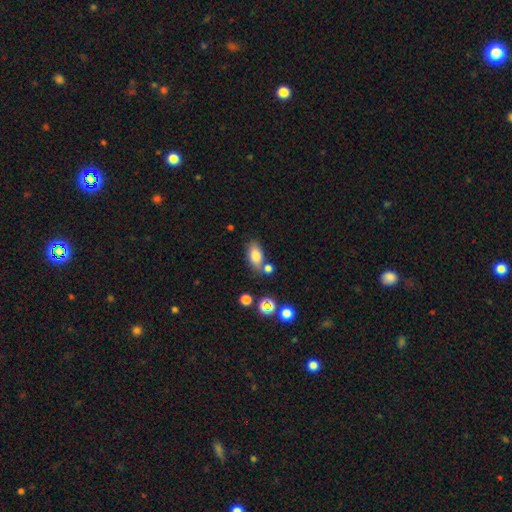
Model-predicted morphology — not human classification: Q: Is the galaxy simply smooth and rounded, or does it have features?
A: smooth — 80%.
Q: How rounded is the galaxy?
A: in between — 89%.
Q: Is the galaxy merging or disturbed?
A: none — 66%.